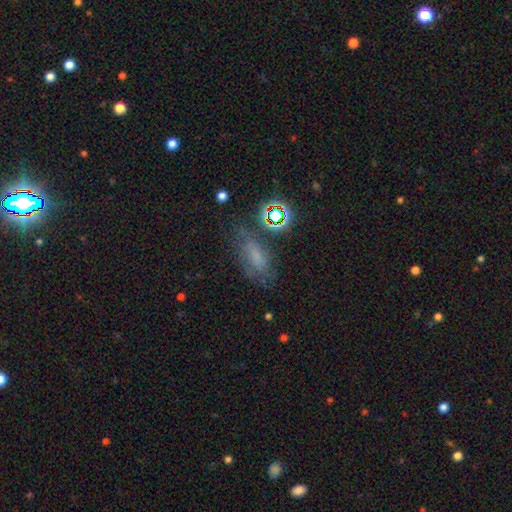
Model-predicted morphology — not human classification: The model was most divided on "smooth or featured": smooth: 47%, featured or disk: 27%, star or artifact: 26%. More confident: merging — none (58%).